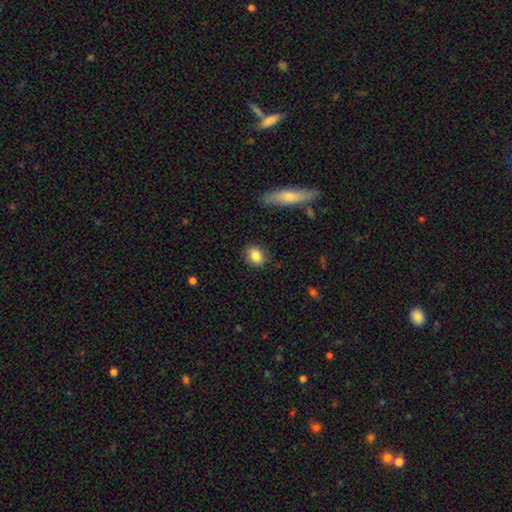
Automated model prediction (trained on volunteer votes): smooth_or_featured: smooth (p=0.85) [alt: star or artifact p=0.08]
how_rounded: in between (p=0.58) [alt: round p=0.40]
merging: none (p=0.86) [alt: minor disturbance p=0.10]